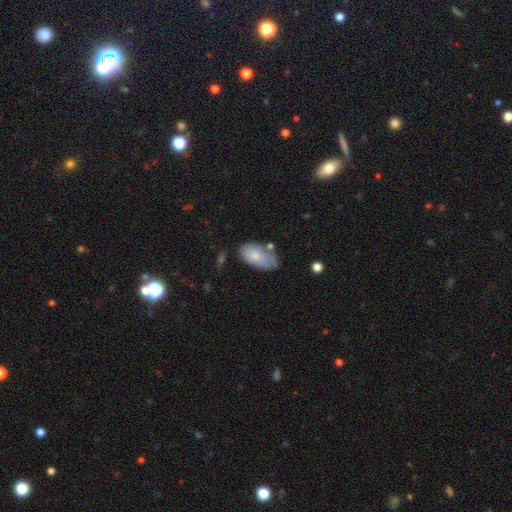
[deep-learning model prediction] smooth 76%, featured or disk 18%, star or artifact 6%. Down the decision tree: how rounded — in between (94%); merging — none (54%).